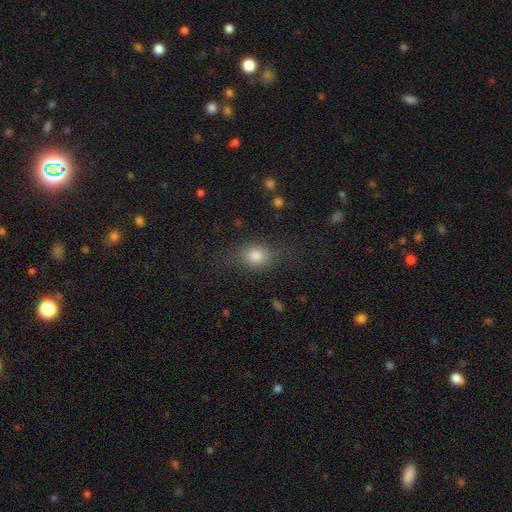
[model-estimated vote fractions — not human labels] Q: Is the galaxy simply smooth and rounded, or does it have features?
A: smooth — 77%.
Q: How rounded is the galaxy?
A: in between — 56%.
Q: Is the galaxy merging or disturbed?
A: none — 70%.